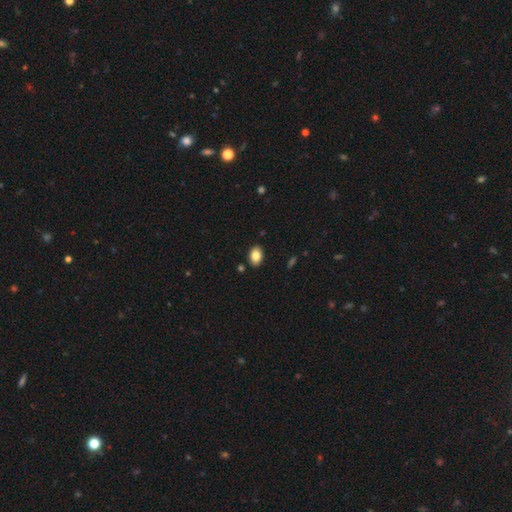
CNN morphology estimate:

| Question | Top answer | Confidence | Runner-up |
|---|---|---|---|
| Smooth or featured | smooth | 84% | star or artifact (8%) |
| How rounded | in between | 84% | round (15%) |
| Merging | none | 89% | minor disturbance (8%) |